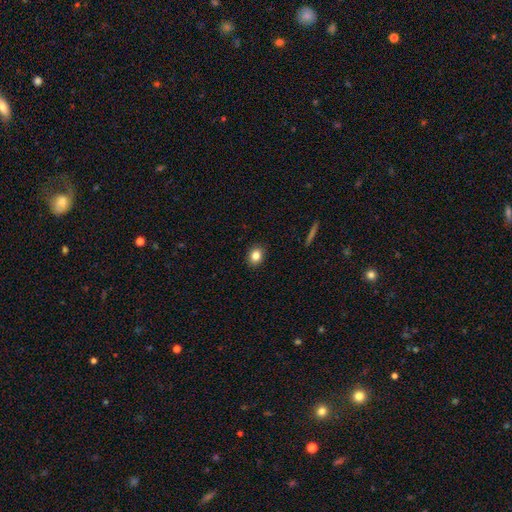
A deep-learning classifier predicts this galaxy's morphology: Smooth or featured? Predicted: smooth (p=0.84). How rounded? Predicted: in between (p=0.51). Merging? Predicted: none (p=0.90).